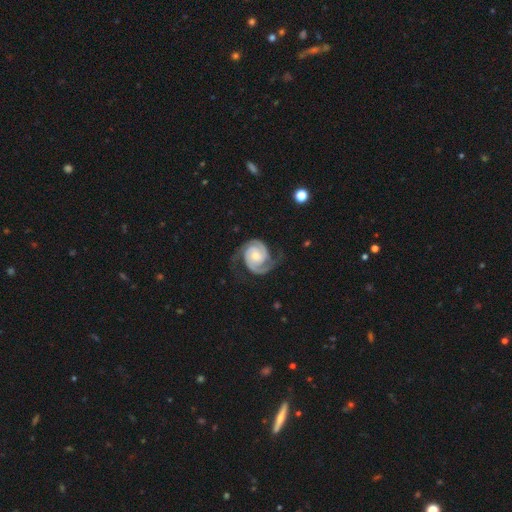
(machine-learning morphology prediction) type=featured or disk (92%); edge-on=no (98%); bar=no (65%); spiral arms=yes (98%); winding=tight (53%); arm count=2 (89%); bulge=moderate (48%); merging=none (70%).